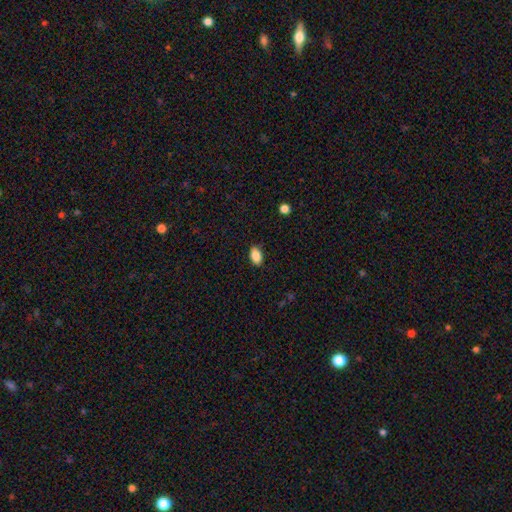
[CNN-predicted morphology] Smooth or featured?
  - smooth: 87% *
  - star or artifact: 8%
  - featured or disk: 5%
How rounded?
  - in between: 90% *
  - round: 8%
  - cigar-shaped: 2%
Merging?
  - none: 85% *
  - minor disturbance: 11%
  - major disturbance: 2%
  - merger: 1%